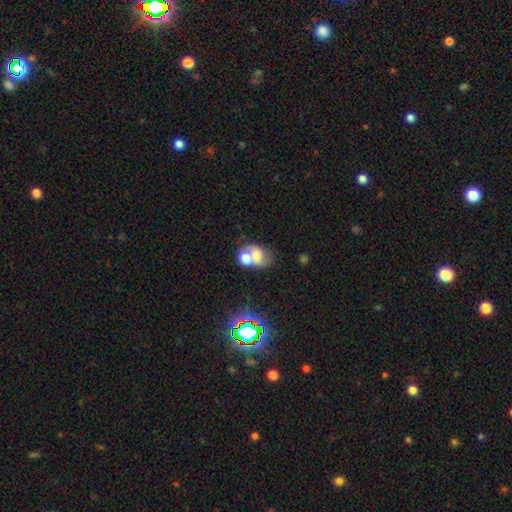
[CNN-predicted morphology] A smooth galaxy with no disk features (60%) that is in between round and cigar-shaped (52%). Merging: merger (64%).